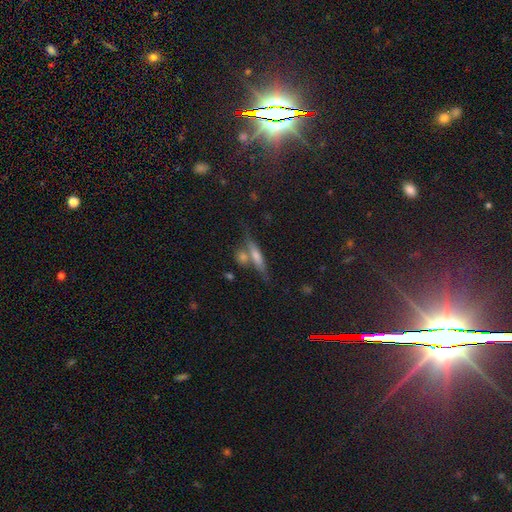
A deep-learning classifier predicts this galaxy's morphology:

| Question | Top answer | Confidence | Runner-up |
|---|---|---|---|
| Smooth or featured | featured or disk | 45% | smooth (41%) |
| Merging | none | 65% | merger (19%) |